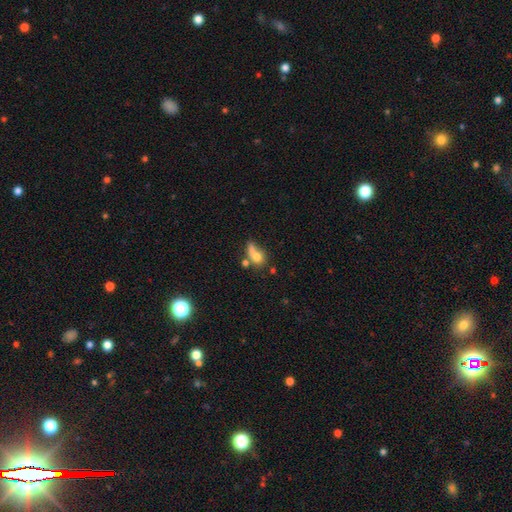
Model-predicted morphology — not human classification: Smooth or featured: smooth — 69% (featured or disk — 20%)
How rounded: in between — 51% (round — 42%)
Merging: merger — 38% (none — 28%)